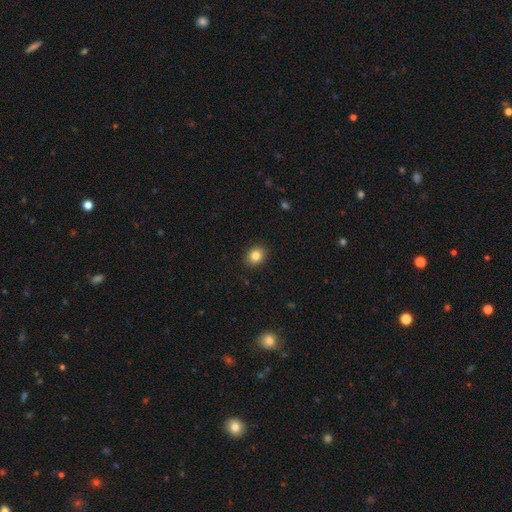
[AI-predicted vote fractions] Overall: smooth (83%). How rounded: round (64%; in between 35%). Merging: none (91%).